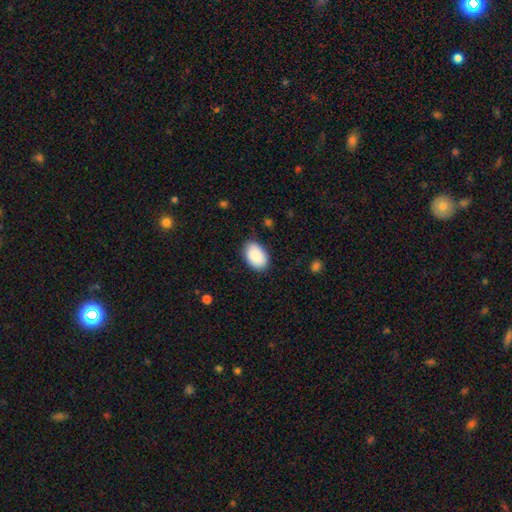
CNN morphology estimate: Overall: smooth (89%). How rounded: in between (90%). Merging: none (81%).